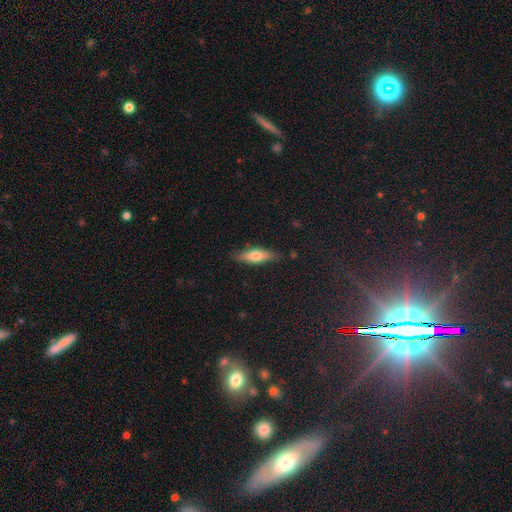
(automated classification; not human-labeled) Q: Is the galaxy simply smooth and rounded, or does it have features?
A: smooth — 63%.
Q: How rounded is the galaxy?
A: cigar-shaped — 51%.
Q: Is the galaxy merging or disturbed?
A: none — 82%.